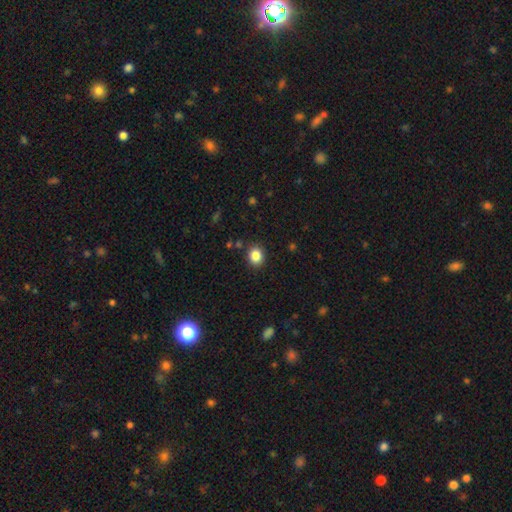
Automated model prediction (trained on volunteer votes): smooth 85%, star or artifact 10%, featured or disk 5%. Down the decision tree: how rounded — round (65%); merging — none (88%).